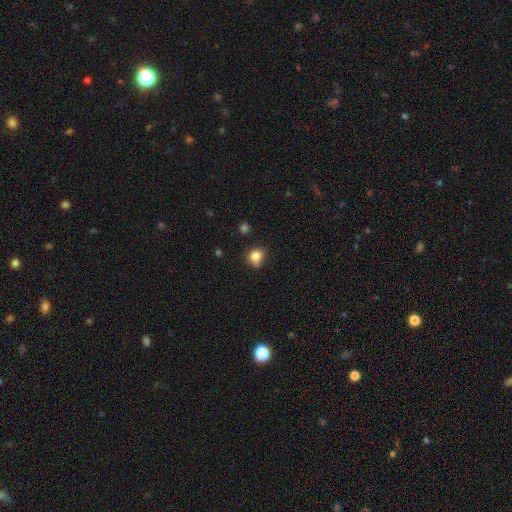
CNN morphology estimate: The model was most divided on "merging": none: 56%, minor disturbance: 31%, major disturbance: 8%, merger: 5%. More confident: smooth or featured — smooth (81%); how rounded — round (72%).